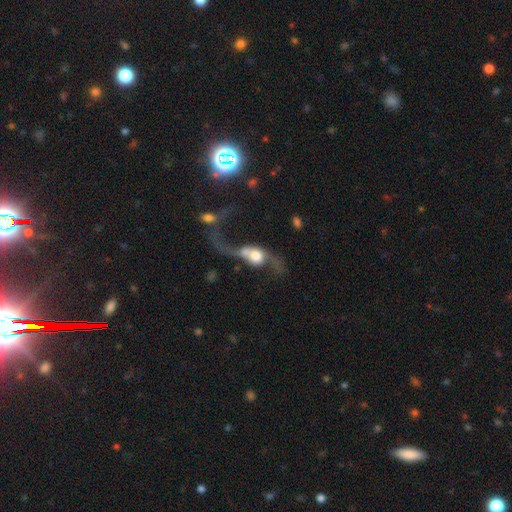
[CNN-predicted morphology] This is likely a featured or disk galaxy (60%). It is clearly not viewed edge-on (87%). Bar: likely no (73%). Spiral arm pattern: likely yes (70%). Central bulge: marginally large (42%). Merging: marginally merger (41%).